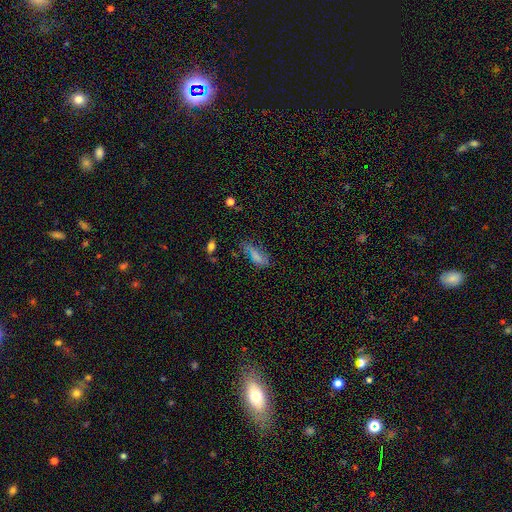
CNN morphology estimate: The model was most divided on "merging": none: 48%, minor disturbance: 30%, major disturbance: 16%, merger: 5%. More confident: how rounded — in between (70%); smooth or featured — smooth (70%).